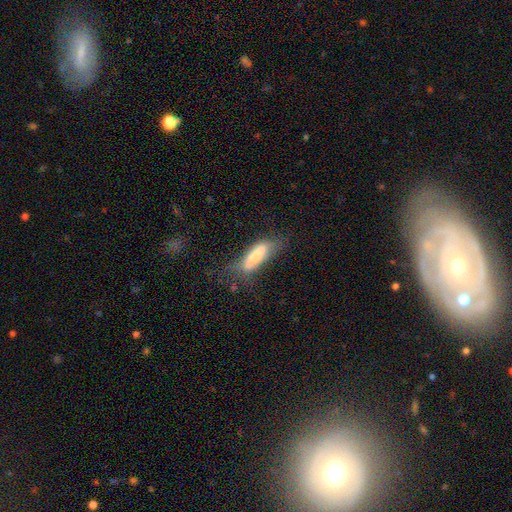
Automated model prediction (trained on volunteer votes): Smooth or featured?
  - smooth: 67% *
  - featured or disk: 26%
  - star or artifact: 8%
How rounded?
  - cigar-shaped: 55% *
  - in between: 43%
  - round: 2%
Merging?
  - none: 42% *
  - minor disturbance: 31%
  - major disturbance: 22%
  - merger: 5%